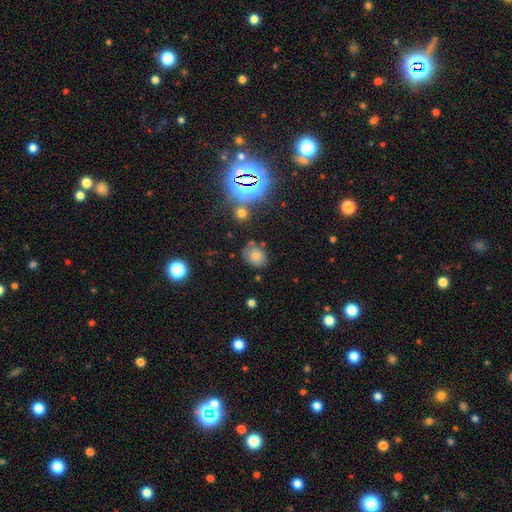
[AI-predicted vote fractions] Smooth or featured? smooth (51%)
How rounded? round (58%)
Merging? none (76%)